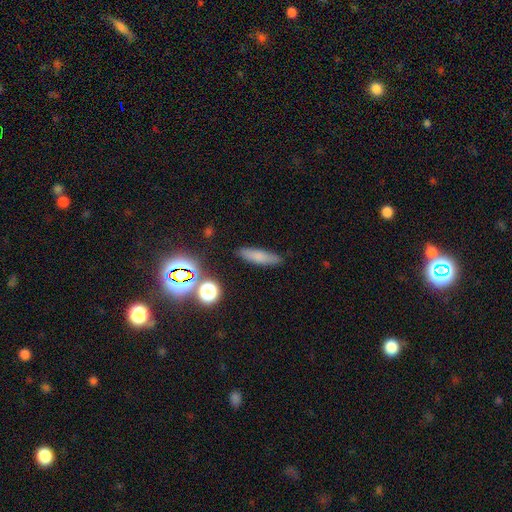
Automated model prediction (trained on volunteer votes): smooth_or_featured: smooth (p=0.71) [alt: featured or disk p=0.15]
how_rounded: cigar-shaped (p=0.68) [alt: in between p=0.27]
merging: none (p=0.85) [alt: minor disturbance p=0.10]